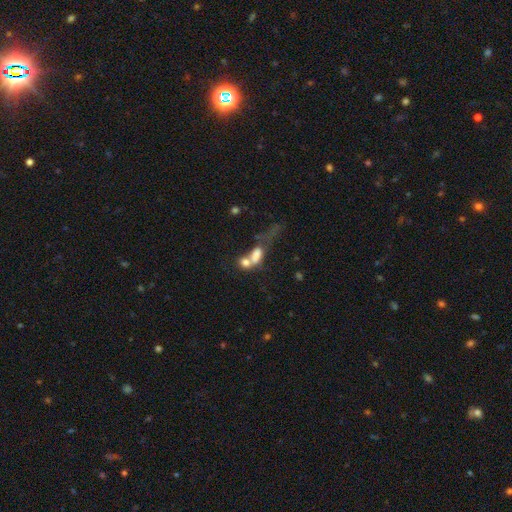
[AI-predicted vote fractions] smooth_or_featured: smooth (p=0.68) [alt: featured or disk p=0.20]
how_rounded: in between (p=0.72) [alt: round p=0.18]
merging: merger (p=0.65) [alt: none p=0.15]